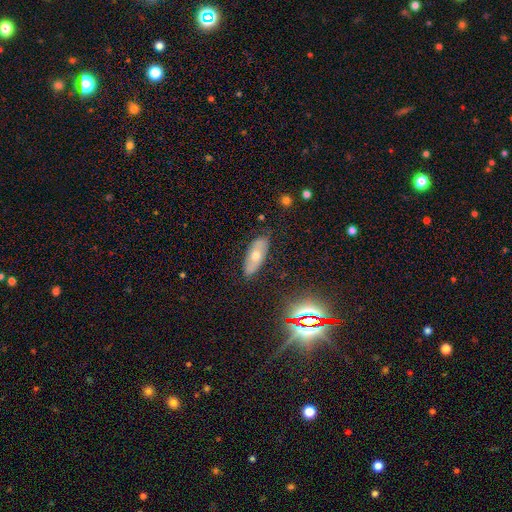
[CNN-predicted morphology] A smooth galaxy with no disk features (47%).

Vote fractions:
- Smooth or featured? smooth: 47% / featured or disk: 39% / star or artifact: 14%
- Merging? none: 84% / minor disturbance: 12% / major disturbance: 3% / merger: 1%